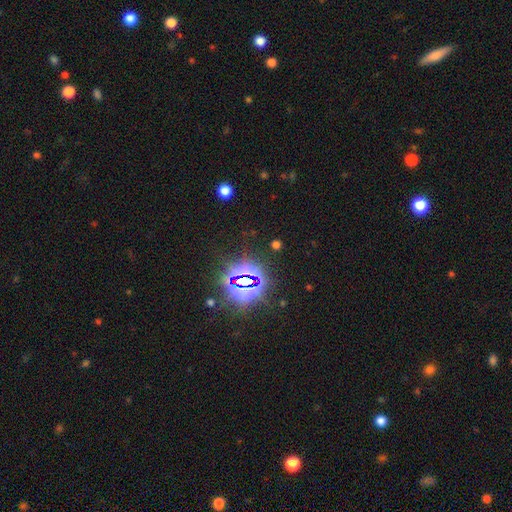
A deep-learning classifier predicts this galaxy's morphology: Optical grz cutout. It shows a star or artifact, not a galaxy (85%).